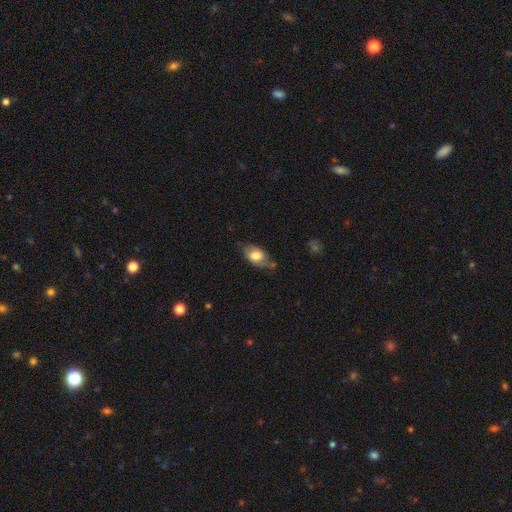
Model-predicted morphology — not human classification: Q: Smooth or featured?
A: smooth (68%); runner-up: featured or disk (25%)
Q: How rounded?
A: in between (88%); runner-up: round (10%)
Q: Merging?
A: none (51%); runner-up: minor disturbance (32%)